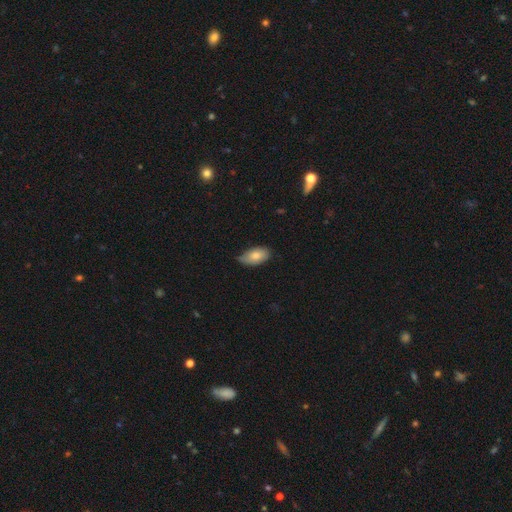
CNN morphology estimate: Overall: smooth (78%). How rounded: in between (94%). Merging: none (62%; minor disturbance 32%).